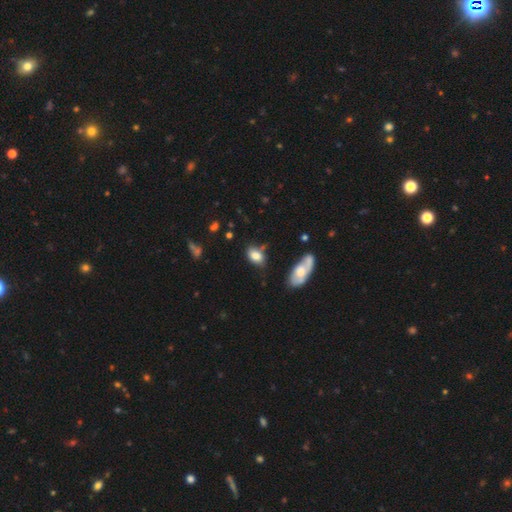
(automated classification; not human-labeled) smooth-or-featured: smooth: 80% | featured or disk: 11% | star or artifact: 8%
  how-rounded: in between: 86% | round: 11% | cigar-shaped: 3%
  merging: none: 61% | minor disturbance: 24% | merger: 9% | major disturbance: 7%